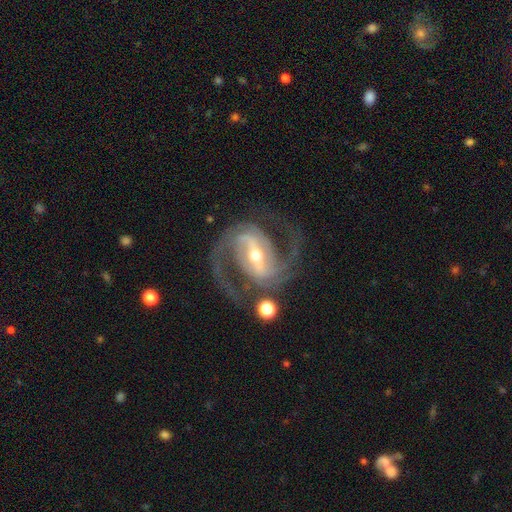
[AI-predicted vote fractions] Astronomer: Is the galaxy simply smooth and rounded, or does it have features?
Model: featured or disk — 93%.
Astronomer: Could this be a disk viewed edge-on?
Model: no — 97%.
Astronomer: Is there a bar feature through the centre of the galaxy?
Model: strong — 69%.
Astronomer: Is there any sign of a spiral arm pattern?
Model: yes — 98%.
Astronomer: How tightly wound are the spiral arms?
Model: medium — 61%.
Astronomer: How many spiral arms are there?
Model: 2 — 86%.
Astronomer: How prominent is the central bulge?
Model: moderate — 52% (runner-up: small, 43%).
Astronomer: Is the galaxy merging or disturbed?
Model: none — 74%.